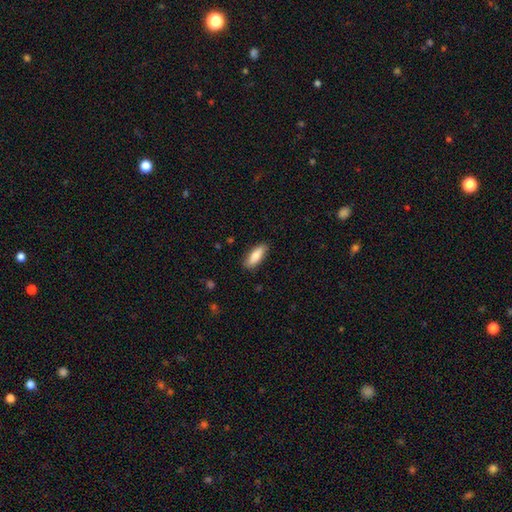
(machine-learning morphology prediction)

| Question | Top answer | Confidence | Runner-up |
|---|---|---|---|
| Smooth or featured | smooth | 83% | featured or disk (12%) |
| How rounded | in between | 70% | cigar-shaped (28%) |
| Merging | none | 86% | minor disturbance (11%) |